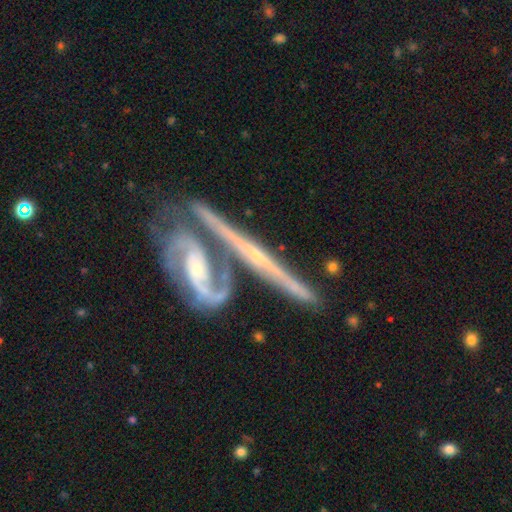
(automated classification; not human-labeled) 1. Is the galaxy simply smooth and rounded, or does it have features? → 83% featured or disk, 11% smooth, 7% star or artifact.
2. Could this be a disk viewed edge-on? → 75% yes, 25% no.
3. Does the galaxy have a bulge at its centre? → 66% rounded, 28% none, 6% boxy.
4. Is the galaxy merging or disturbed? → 49% none, 34% merger, 12% minor disturbance, 6% major disturbance.